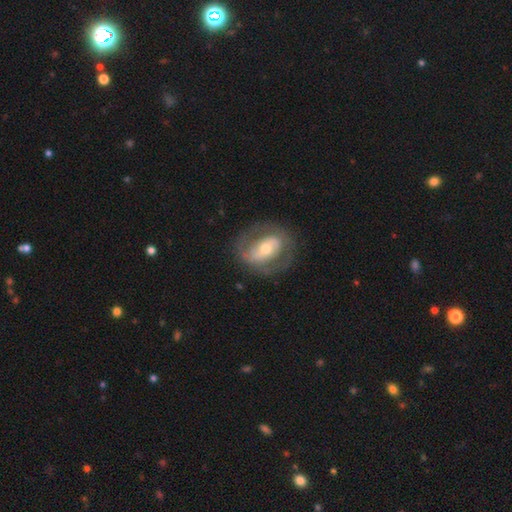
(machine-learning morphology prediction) Smooth or featured?
  - featured or disk: 72% *
  - smooth: 22%
  - star or artifact: 6%
Edge-on disk?
  - no: 95% *
  - yes: 5%
Bar?
  - no: 35% *
  - strong: 33%
  - weak: 32%
Spiral arms?
  - yes: 68% *
  - no: 32%
Bulge size?
  - moderate: 58% *
  - small: 34%
  - large: 6%
  - dominant: 1%
  - none: 1%
Merging?
  - none: 75% *
  - minor disturbance: 14%
  - major disturbance: 10%
  - merger: 1%